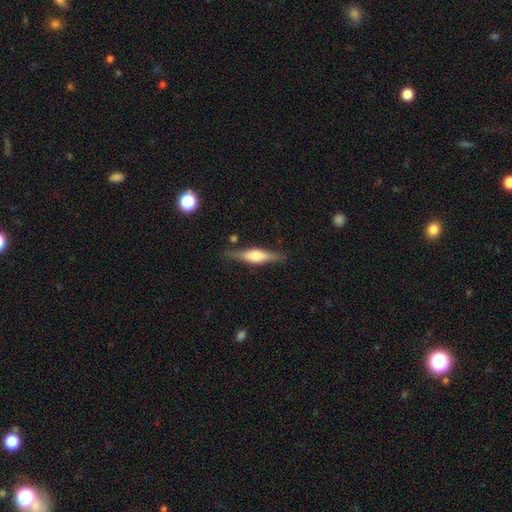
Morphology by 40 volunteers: Smooth or featured? featured or disk (60%)
Edge-on disk? yes (96%)
Edge-on bulge? rounded (78%)
Merging? none (87%)